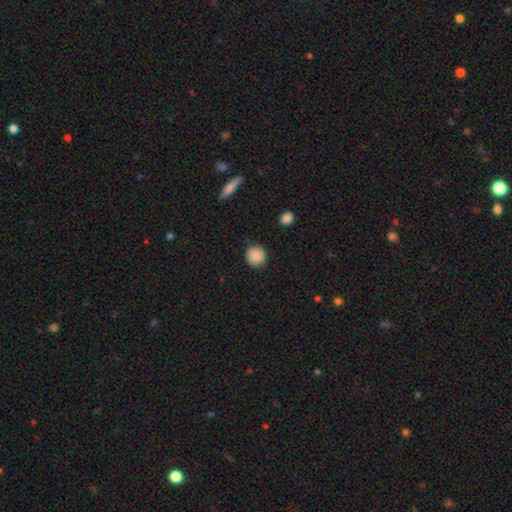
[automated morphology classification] type=smooth (87%); roundness=round (91%); merging=none (86%).